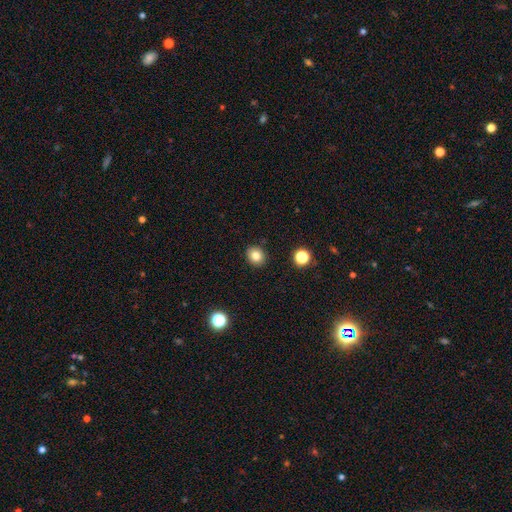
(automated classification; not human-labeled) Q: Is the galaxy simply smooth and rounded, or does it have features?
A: smooth — 81%.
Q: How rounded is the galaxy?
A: round — 72%.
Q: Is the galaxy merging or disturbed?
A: none — 90%.